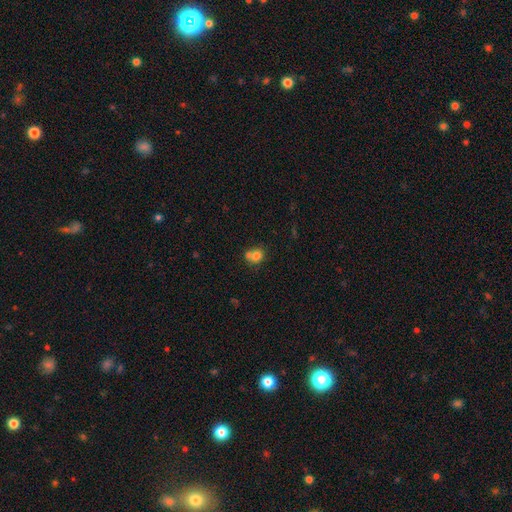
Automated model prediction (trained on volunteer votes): smooth 76%, featured or disk 13%, star or artifact 11%. Down the decision tree: how rounded — round (71%); merging — none (43%).